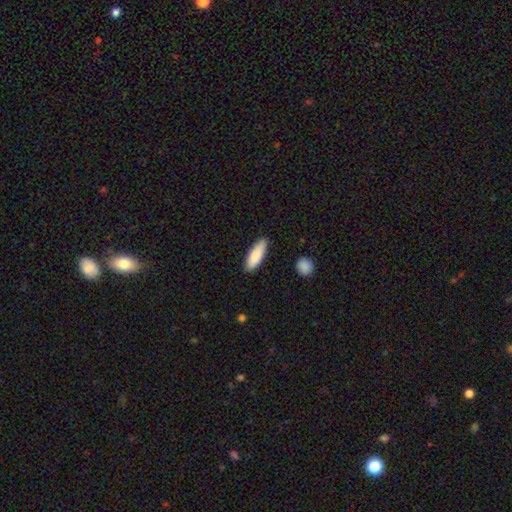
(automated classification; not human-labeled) Morphology: type=smooth (85%); roundness=in between (60%); merging=none (85%).